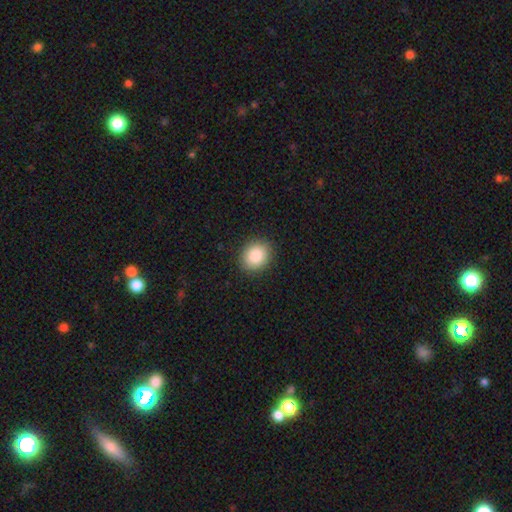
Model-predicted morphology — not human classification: Smooth or featured: smooth — 88% (star or artifact — 8%)
How rounded: round — 65% (in between — 34%)
Merging: none — 90% (minor disturbance — 7%)